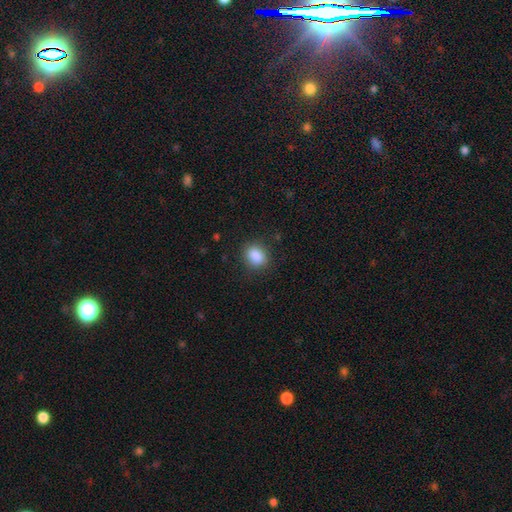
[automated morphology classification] Overall: smooth (88%). How rounded: in between (54%; round 45%). Merging: none (84%).